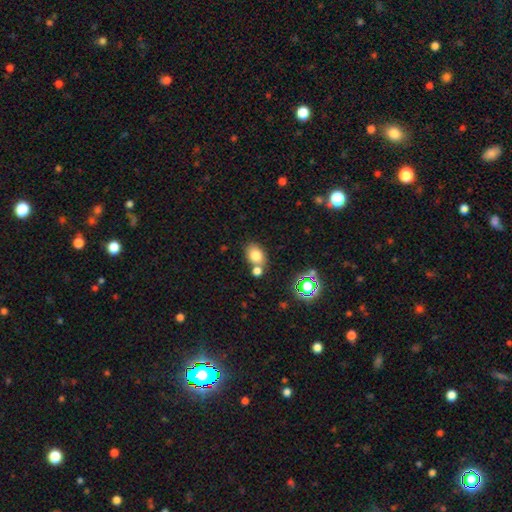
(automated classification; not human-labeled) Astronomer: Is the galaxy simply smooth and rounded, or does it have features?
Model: smooth — 78%.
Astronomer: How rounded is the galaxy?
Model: in between — 65%.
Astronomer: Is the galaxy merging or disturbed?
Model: none — 57%.